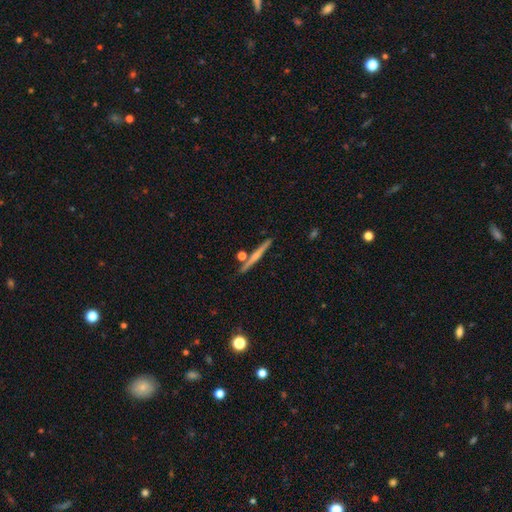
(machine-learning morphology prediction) featured or disk 54%, smooth 39%, star or artifact 7%. Down the decision tree: edge-on disk — yes (97%); edge-on bulge — rounded (47%); merging — none (86%).